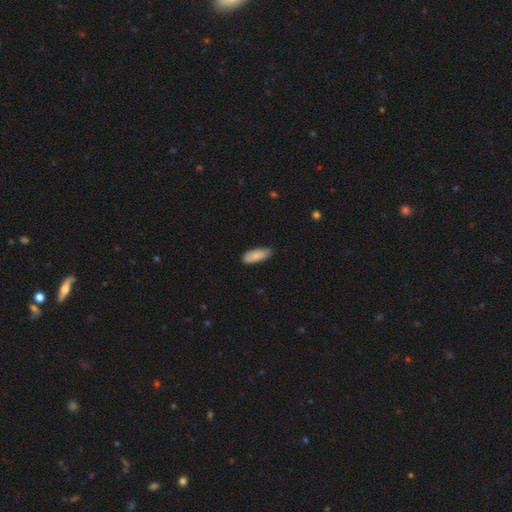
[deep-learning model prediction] Overall: smooth (86%). How rounded: in between (72%). Merging: none (83%).